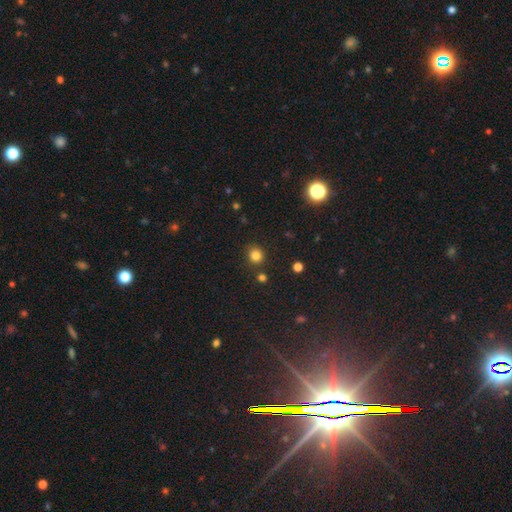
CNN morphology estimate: This appears to be a smooth galaxy with no disk features (82%) that is round (87%). Merging: none (84%).